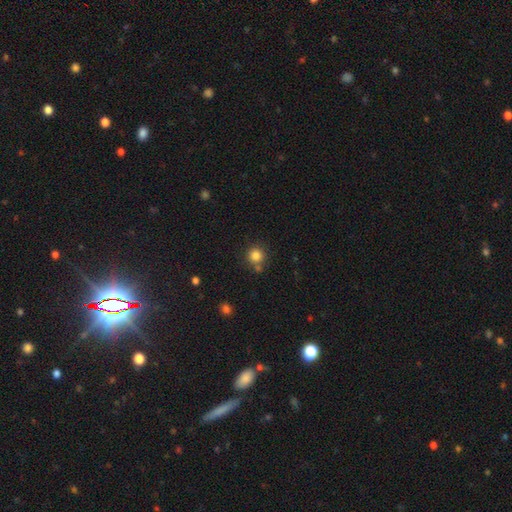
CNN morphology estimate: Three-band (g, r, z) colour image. It shows a smooth galaxy with no disk features (83%) that is round (92%). Merging: none (72%).